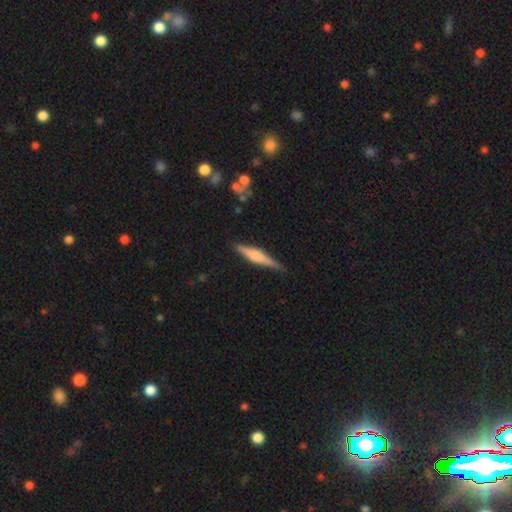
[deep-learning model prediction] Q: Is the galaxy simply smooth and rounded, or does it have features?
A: featured or disk — 51%.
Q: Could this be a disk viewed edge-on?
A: yes — 96%.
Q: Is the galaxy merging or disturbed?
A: none — 83%.